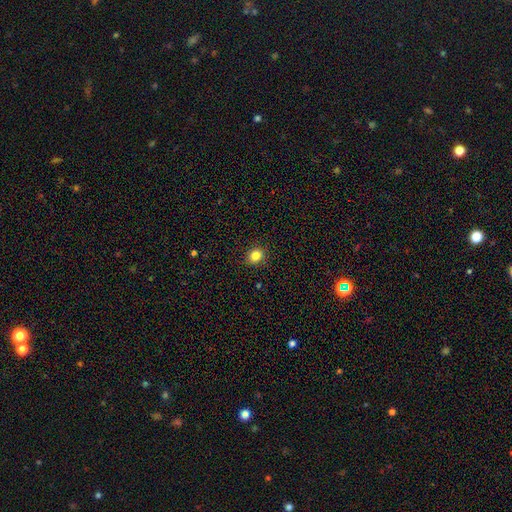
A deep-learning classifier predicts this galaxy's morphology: A smooth galaxy with no disk features (84%) that is round (74%). Merging: none (88%).